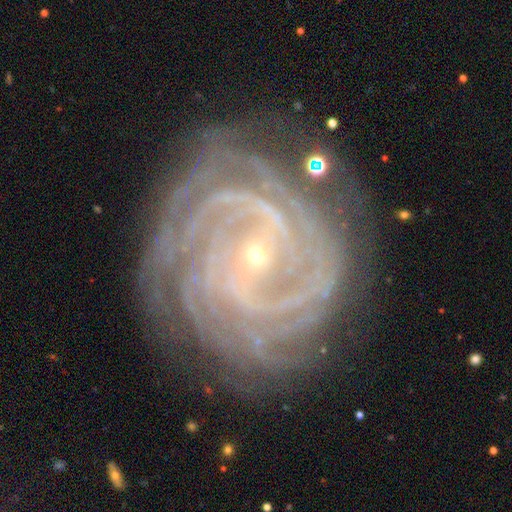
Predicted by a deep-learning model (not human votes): Smooth or featured? Predicted: featured or disk (p=0.91). Edge-on disk? Predicted: no (p=0.97). Bar? Predicted: no (p=0.42). Spiral arms? Predicted: yes (p=0.98). Spiral winding? Predicted: tight (p=0.81). Spiral arm count? Predicted: 4 (p=0.27). Bulge size? Predicted: small (p=0.87). Merging? Predicted: none (p=0.79).